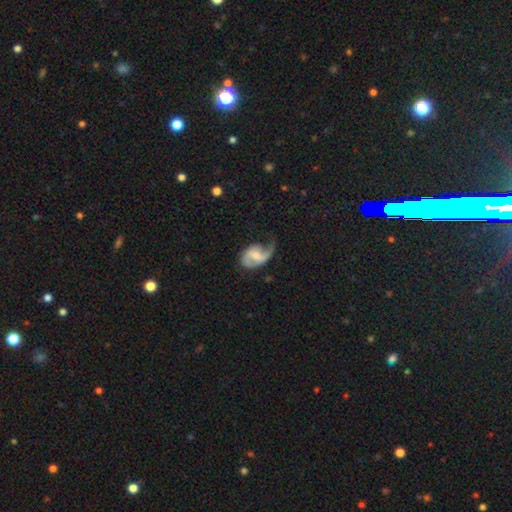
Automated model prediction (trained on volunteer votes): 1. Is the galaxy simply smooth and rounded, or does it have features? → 76% featured or disk, 18% smooth, 5% star or artifact.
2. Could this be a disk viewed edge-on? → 98% no, 2% yes.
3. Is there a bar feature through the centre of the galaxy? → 50% weak, 34% no, 17% strong.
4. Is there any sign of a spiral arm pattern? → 92% yes, 8% no.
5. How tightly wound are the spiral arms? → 49% loose, 38% medium, 13% tight.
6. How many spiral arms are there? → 63% 2, 30% 1, 4% can't tell, 1% 3, 1% 4, 1% more than 4.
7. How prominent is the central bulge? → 43% small, 41% moderate, 10% none, 4% large, 1% dominant.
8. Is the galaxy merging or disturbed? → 38% none, 30% minor disturbance, 30% major disturbance, 2% merger.